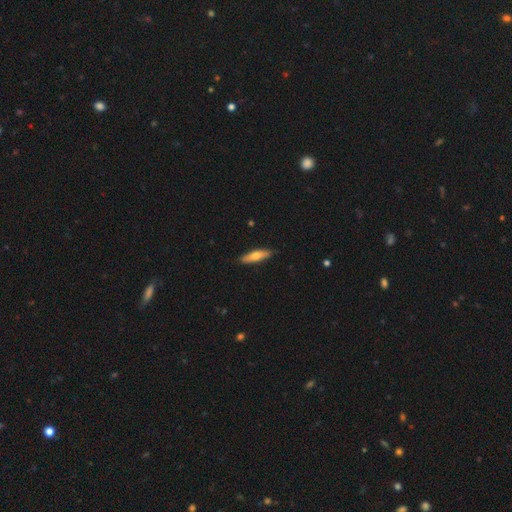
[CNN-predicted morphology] Overall: smooth (65%; featured or disk 30%). How rounded: cigar-shaped (69%; in between 29%). Merging: none (88%).